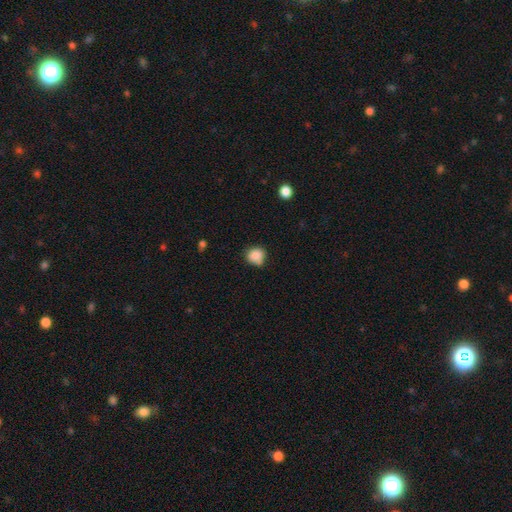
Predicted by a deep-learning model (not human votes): Smooth or featured?
  - smooth: 86% *
  - star or artifact: 10%
  - featured or disk: 5%
How rounded?
  - round: 83% *
  - in between: 16%
  - cigar-shaped: 1%
Merging?
  - none: 66% *
  - minor disturbance: 27%
  - major disturbance: 4%
  - merger: 3%